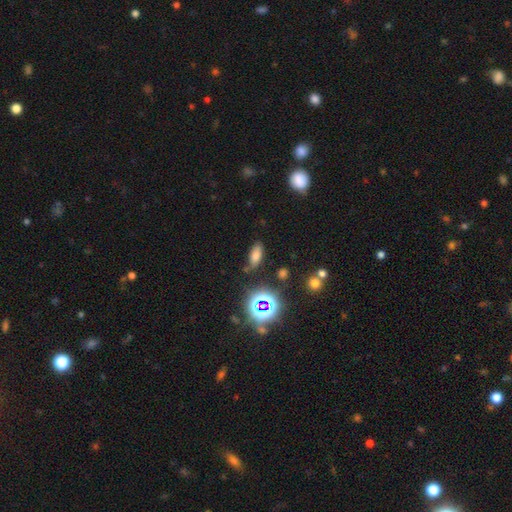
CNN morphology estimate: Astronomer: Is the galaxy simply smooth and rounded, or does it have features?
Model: smooth — 67%.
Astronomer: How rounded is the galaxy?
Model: in between — 80%.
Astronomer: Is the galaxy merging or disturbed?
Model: none — 76%.